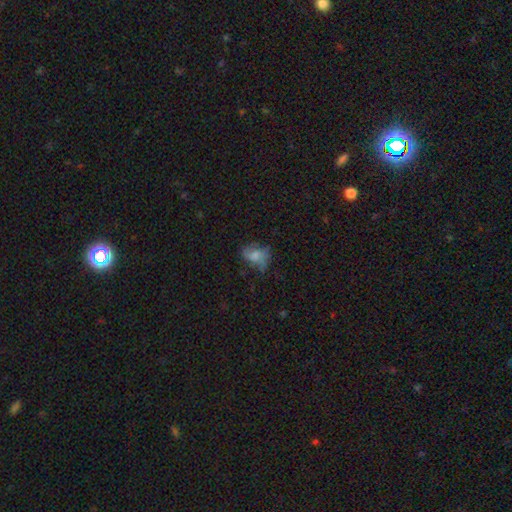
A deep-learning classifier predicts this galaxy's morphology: smooth_or_featured: smooth (p=0.53) [alt: featured or disk p=0.35]
how_rounded: in between (p=0.74) [alt: round p=0.24]
merging: none (p=0.40) [alt: minor disturbance p=0.29]